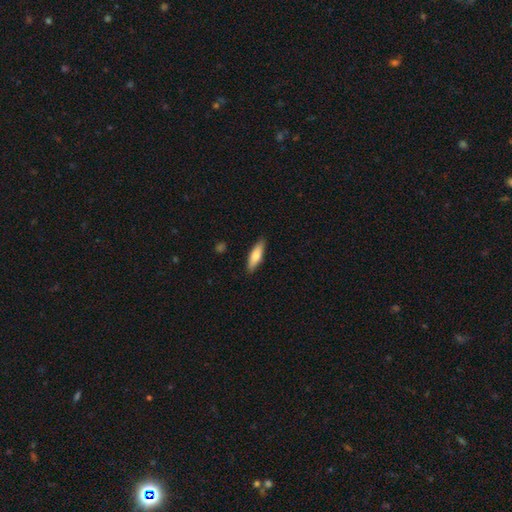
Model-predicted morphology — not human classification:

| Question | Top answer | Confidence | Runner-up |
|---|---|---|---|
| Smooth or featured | smooth | 71% | featured or disk (23%) |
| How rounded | cigar-shaped | 55% | in between (43%) |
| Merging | none | 88% | minor disturbance (9%) |